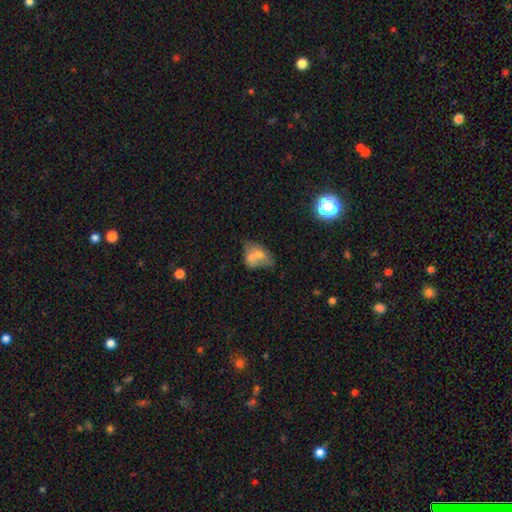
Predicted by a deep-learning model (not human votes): The model was most divided on "smooth or featured": smooth: 60%, featured or disk: 29%, star or artifact: 11%. More confident: how rounded — in between (75%); merging — merger (57%).